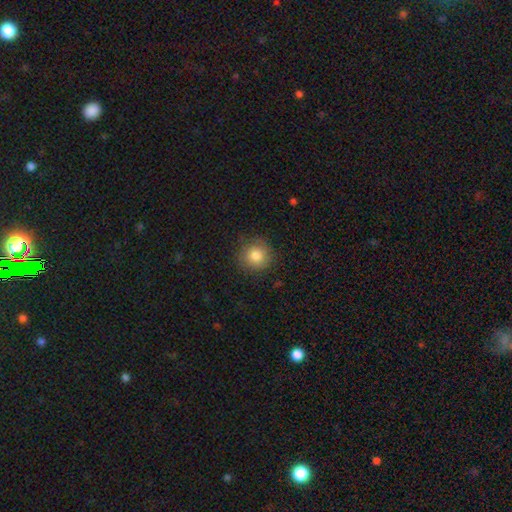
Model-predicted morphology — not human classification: The model was most divided on "smooth or featured": smooth: 83%, star or artifact: 10%, featured or disk: 7%. More confident: how rounded — round (92%); merging — none (86%).